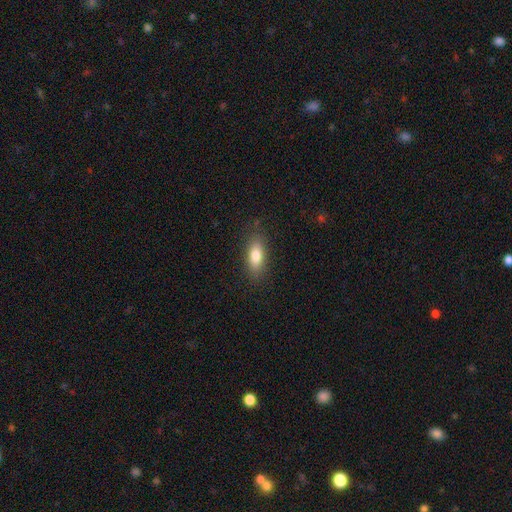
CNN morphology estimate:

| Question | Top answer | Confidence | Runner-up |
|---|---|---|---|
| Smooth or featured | smooth | 80% | featured or disk (12%) |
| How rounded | in between | 78% | cigar-shaped (18%) |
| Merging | none | 84% | minor disturbance (12%) |